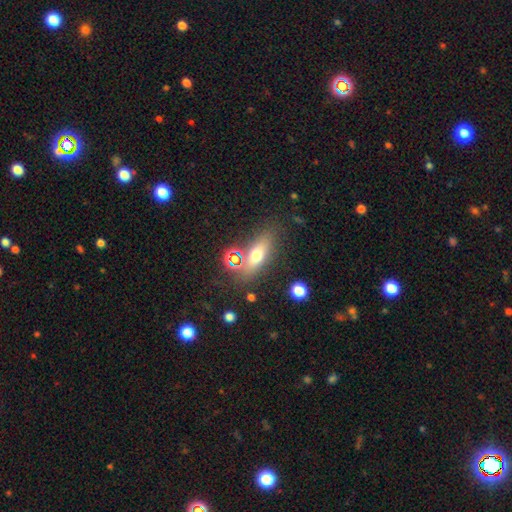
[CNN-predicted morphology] smooth-or-featured: smooth: 58% | featured or disk: 29% | star or artifact: 13%
  how-rounded: in between: 54% | cigar-shaped: 38% | round: 9%
  merging: none: 73% | minor disturbance: 13% | merger: 9% | major disturbance: 5%